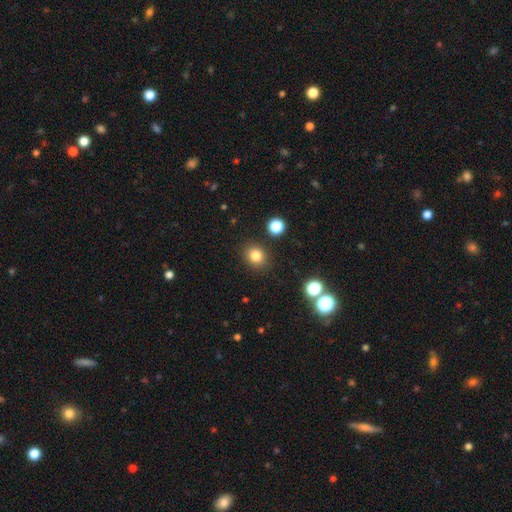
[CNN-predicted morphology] Q: Smooth or featured?
A: smooth (82%); runner-up: star or artifact (13%)
Q: How rounded?
A: round (72%); runner-up: in between (27%)
Q: Merging?
A: none (88%); runner-up: minor disturbance (8%)